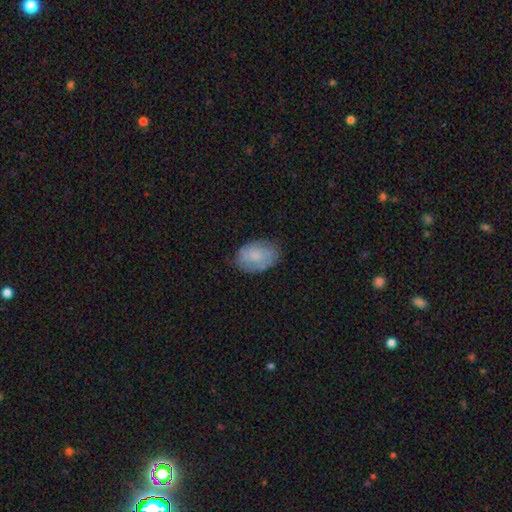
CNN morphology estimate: Q: Smooth or featured?
A: smooth (63%); runner-up: featured or disk (30%)
Q: How rounded?
A: in between (87%); runner-up: round (12%)
Q: Merging?
A: none (73%); runner-up: minor disturbance (20%)